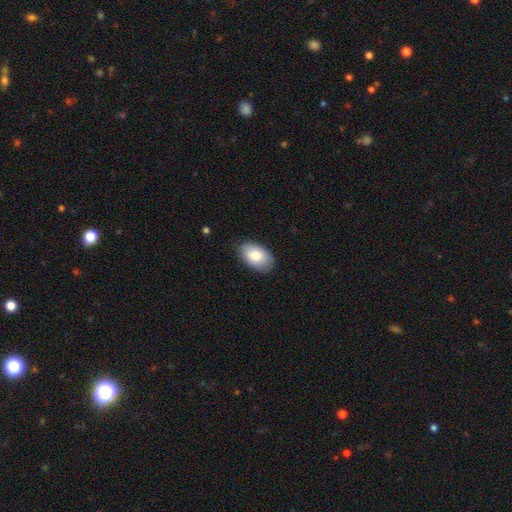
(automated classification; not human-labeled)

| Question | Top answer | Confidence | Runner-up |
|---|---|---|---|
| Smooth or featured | smooth | 80% | featured or disk (14%) |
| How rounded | in between | 92% | round (7%) |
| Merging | none | 83% | minor disturbance (13%) |